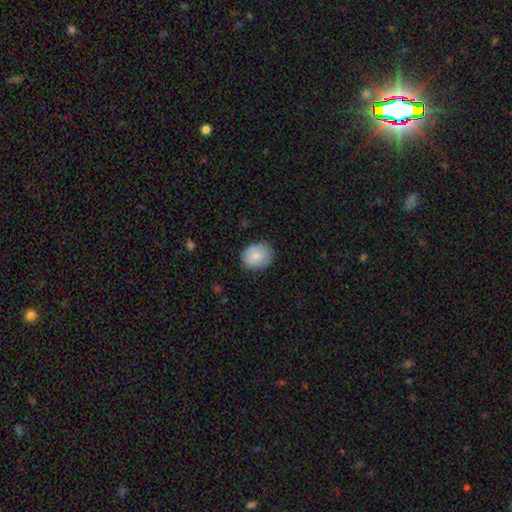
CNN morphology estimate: type=smooth (82%); roundness=in between (53%); merging=none (79%).